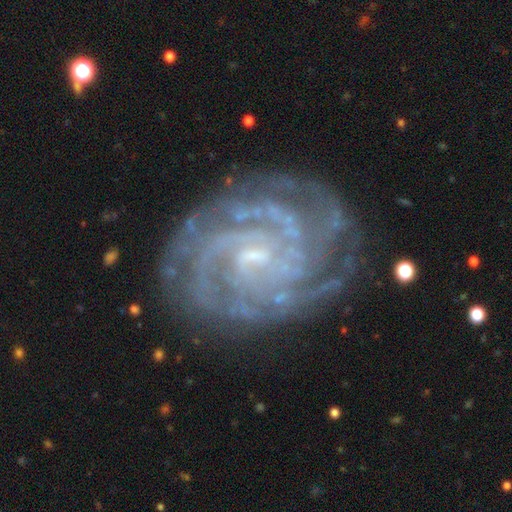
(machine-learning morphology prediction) Smooth or featured? Predicted: featured or disk (p=0.91). Edge-on disk? Predicted: no (p=0.98). Bar? Predicted: weak (p=0.46). Spiral arms? Predicted: yes (p=0.98). Spiral winding? Predicted: tight (p=0.77). Spiral arm count? Predicted: 4 (p=0.23). Bulge size? Predicted: small (p=0.71). Merging? Predicted: none (p=0.79).